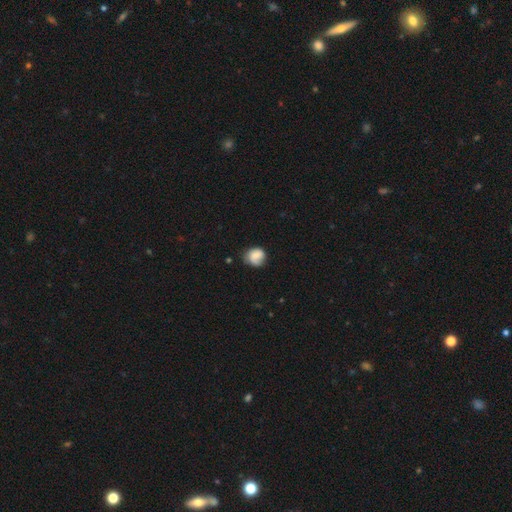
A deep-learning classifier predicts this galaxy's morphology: smooth_or_featured: smooth (p=0.68) [alt: featured or disk p=0.24]
how_rounded: round (p=0.71) [alt: in between p=0.28]
merging: none (p=0.55) [alt: minor disturbance p=0.31]